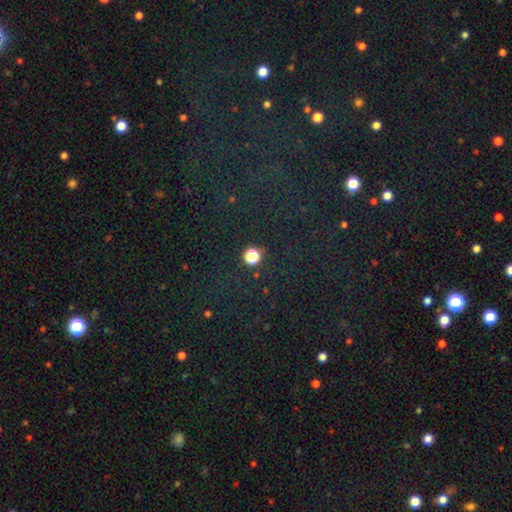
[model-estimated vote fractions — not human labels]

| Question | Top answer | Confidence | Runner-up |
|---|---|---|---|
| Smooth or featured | star or artifact | 72% | smooth (19%) |